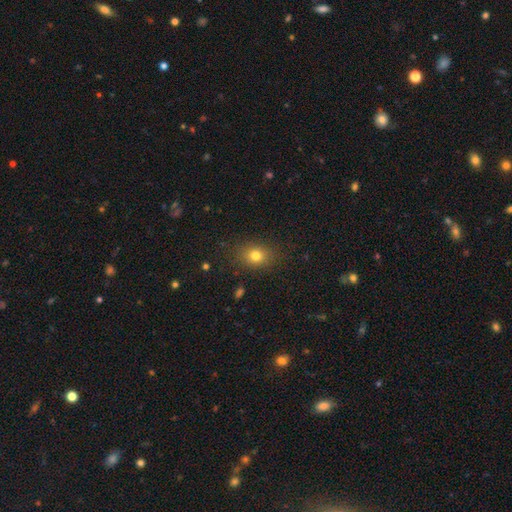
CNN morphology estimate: smooth_or_featured: smooth (p=0.77) [alt: star or artifact p=0.13]
how_rounded: in between (p=0.54) [alt: round p=0.44]
merging: none (p=0.84) [alt: minor disturbance p=0.11]